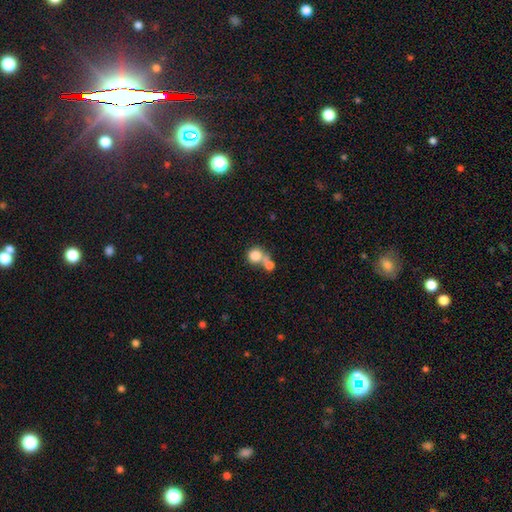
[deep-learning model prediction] A smooth galaxy with no disk features (79%) that is round (83%).

Vote fractions:
- Smooth or featured? smooth: 79% / featured or disk: 11% / star or artifact: 9%
- How rounded? round: 83% / in between: 16% / cigar-shaped: 1%
- Merging? merger: 56% / none: 32% / minor disturbance: 7% / major disturbance: 5%